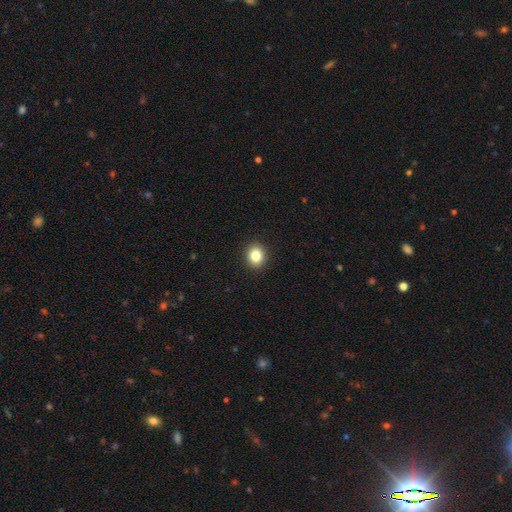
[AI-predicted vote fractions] Morphology: type=smooth (84%); roundness=round (67%); merging=none (92%).